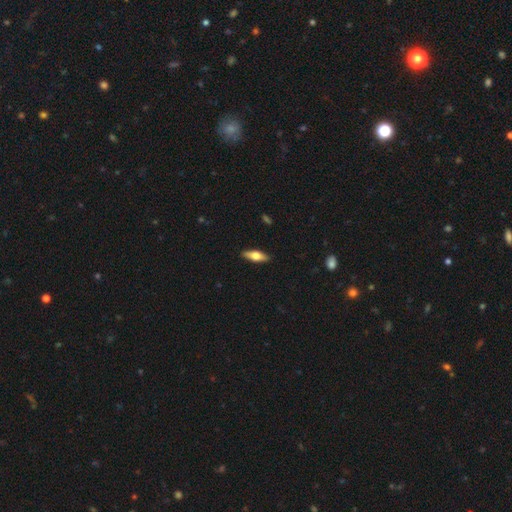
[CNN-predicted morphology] A smooth galaxy with no disk features (53%) that is in between round and cigar-shaped (55%).

Vote fractions:
- Smooth or featured? smooth: 53% / featured or disk: 41% / star or artifact: 6%
- How rounded? in between: 55% / cigar-shaped: 43% / round: 3%
- Merging? none: 89% / minor disturbance: 8% / major disturbance: 2% / merger: 1%